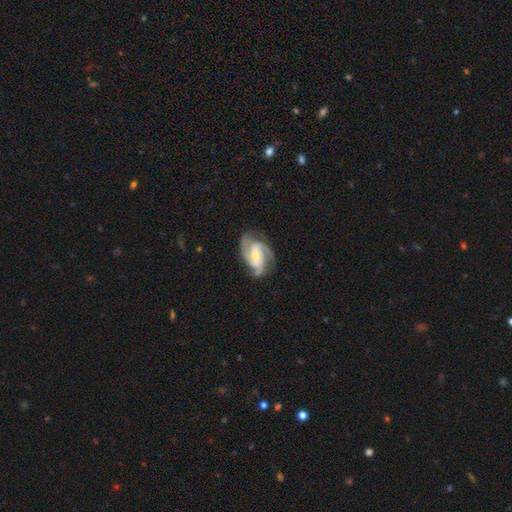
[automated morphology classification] Smooth or featured: featured or disk — 89% (smooth — 7%)
Edge-on disk: no — 98% (yes — 2%)
Bar: weak — 41% (no — 39%)
Spiral arms: yes — 98% (no — 2%)
Spiral winding: medium — 51% (tight — 37%)
Spiral arm count: 3 — 60% (2 — 21%)
Bulge size: moderate — 50% (small — 45%)
Merging: none — 70% (minor disturbance — 20%)